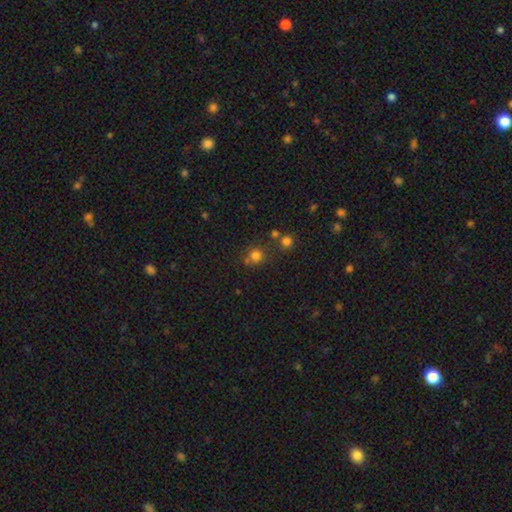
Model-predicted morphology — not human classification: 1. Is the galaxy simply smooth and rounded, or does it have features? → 75% smooth, 17% star or artifact, 8% featured or disk.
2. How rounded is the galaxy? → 89% round, 10% in between, 1% cigar-shaped.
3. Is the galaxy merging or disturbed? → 67% none, 19% merger, 10% minor disturbance, 4% major disturbance.